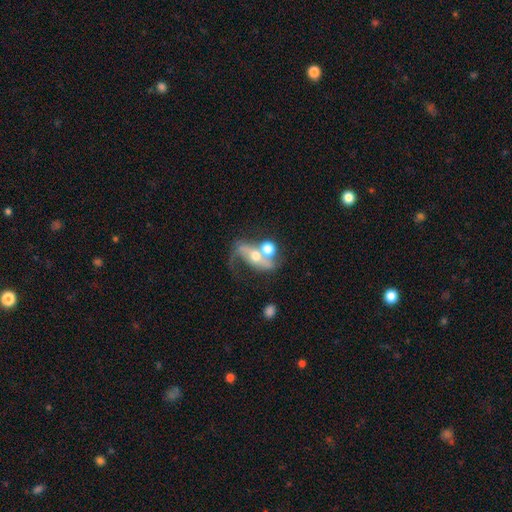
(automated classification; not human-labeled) featured or disk 67%, smooth 22%, star or artifact 10%. Down the decision tree: edge-on disk — no (93%); bar — no (50%); spiral arms — yes (79%); bulge size — moderate (63%); merging — merger (39%).